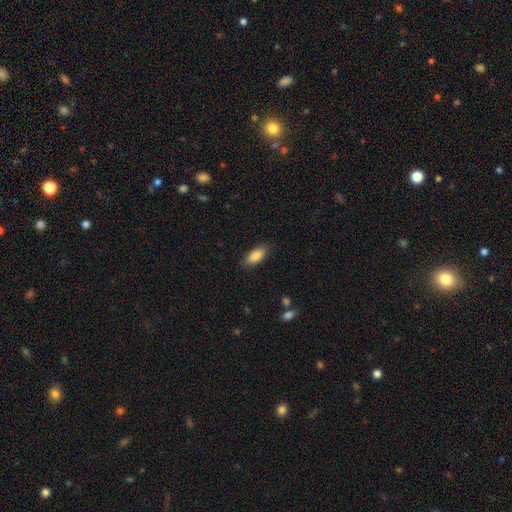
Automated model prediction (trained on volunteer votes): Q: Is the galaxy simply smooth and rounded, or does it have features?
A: smooth — 87%.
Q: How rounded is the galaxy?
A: in between — 87%.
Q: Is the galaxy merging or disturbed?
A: none — 84%.